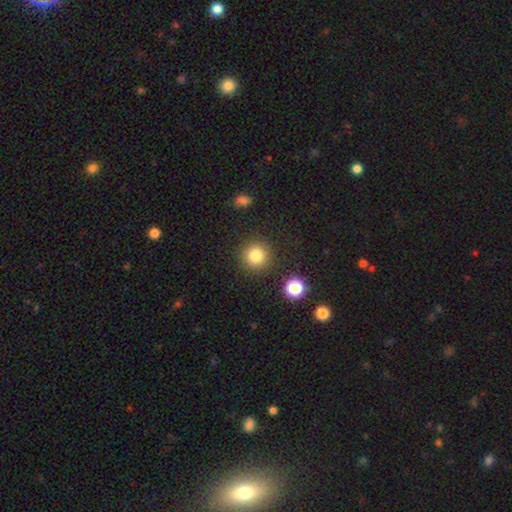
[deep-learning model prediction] Overall: smooth (82%). How rounded: round (94%). Merging: none (88%).